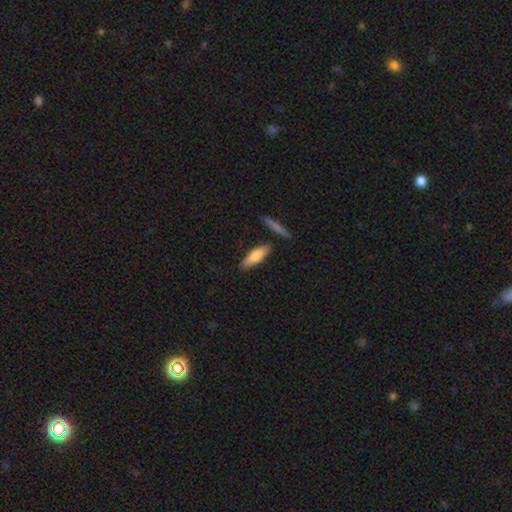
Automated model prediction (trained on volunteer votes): Overall: smooth (75%). How rounded: cigar-shaped (51%; in between 46%). Merging: none (80%).